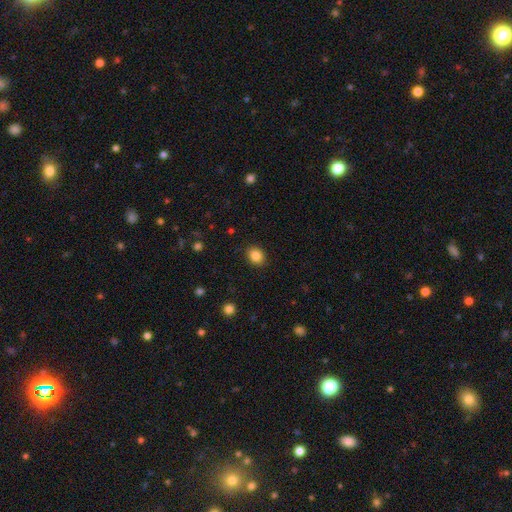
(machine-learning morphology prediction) Smooth or featured: smooth — 86% (star or artifact — 10%)
How rounded: round — 58% (in between — 41%)
Merging: none — 89% (minor disturbance — 7%)